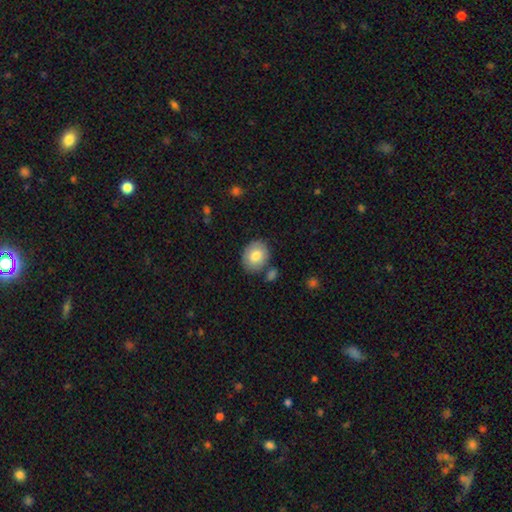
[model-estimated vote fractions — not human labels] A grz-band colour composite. It shows a smooth galaxy with no disk features (80%) that is round (53%). Merging: none (76%).